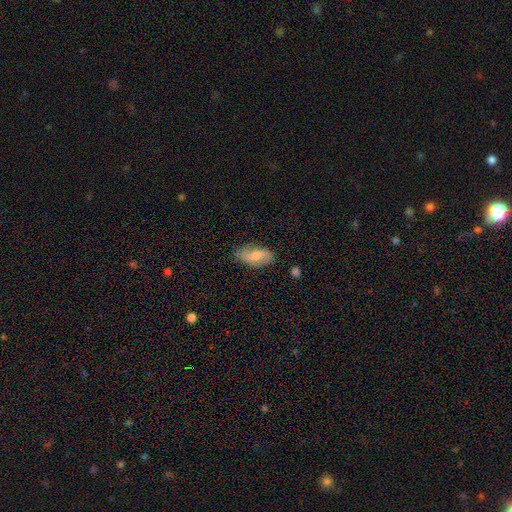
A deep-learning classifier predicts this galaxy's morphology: Smooth or featured? smooth (47%)
Merging? none (75%)